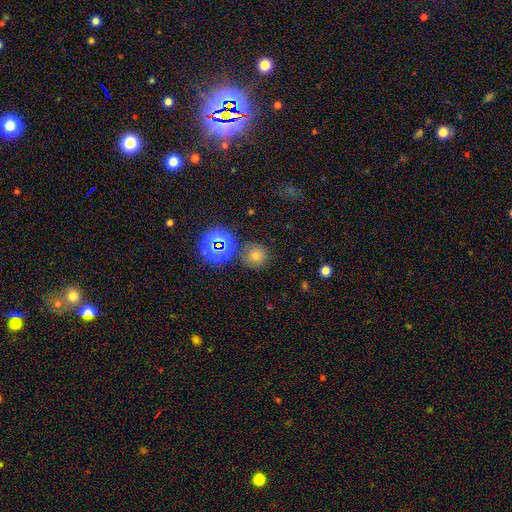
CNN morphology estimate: This is possibly a smooth galaxy (57%). How rounded: clearly round (93%). Merging: clearly none (83%).